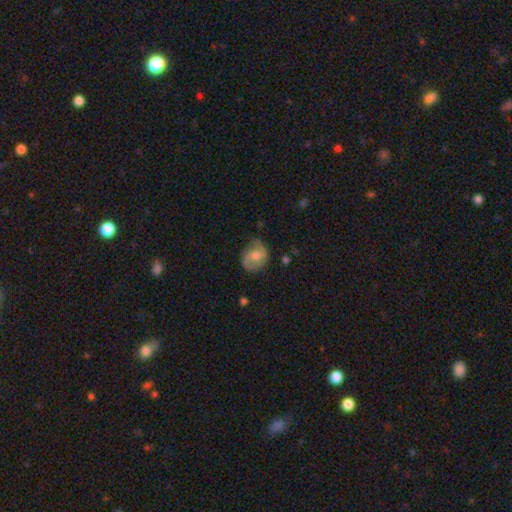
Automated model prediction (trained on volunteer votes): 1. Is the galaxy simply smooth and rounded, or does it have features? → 48% featured or disk, 45% smooth, 7% star or artifact.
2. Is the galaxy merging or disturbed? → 64% none, 26% minor disturbance, 8% major disturbance, 2% merger.